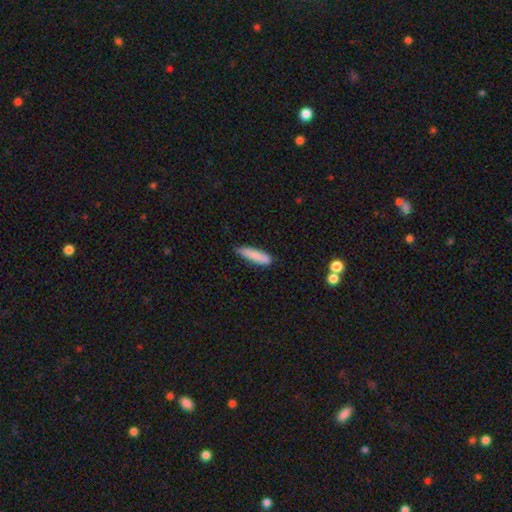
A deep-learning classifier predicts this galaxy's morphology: smooth_or_featured: smooth (p=0.84) [alt: featured or disk p=0.09]
how_rounded: cigar-shaped (p=0.75) [alt: in between p=0.24]
merging: none (p=0.77) [alt: minor disturbance p=0.18]